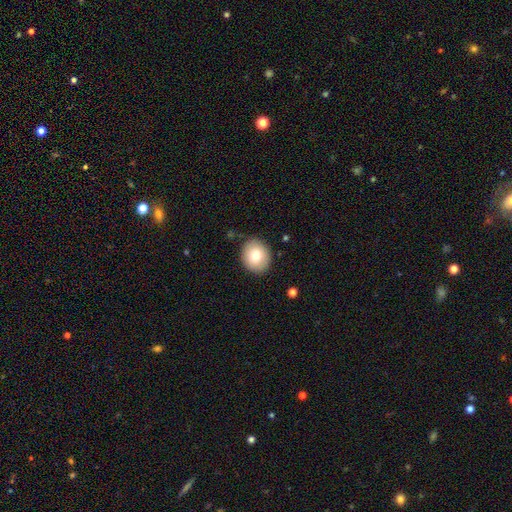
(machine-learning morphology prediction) Smooth or featured? Predicted: smooth (p=0.78). How rounded? Predicted: round (p=0.74). Merging? Predicted: none (p=0.86).